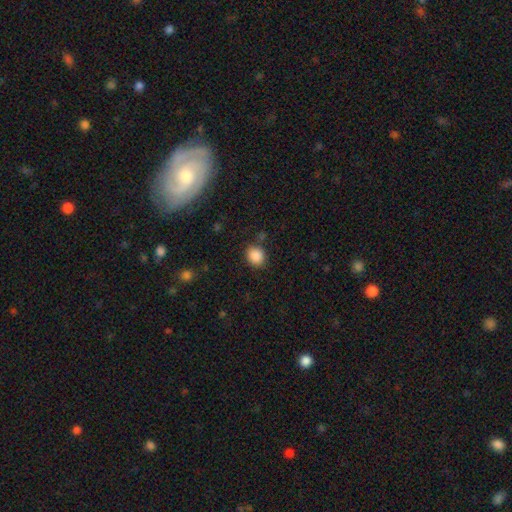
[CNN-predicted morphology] This is clearly a smooth galaxy (87%). How rounded: likely round (74%). Merging: clearly none (82%).